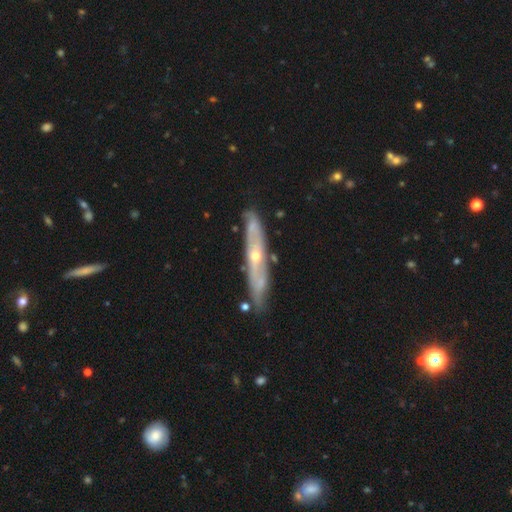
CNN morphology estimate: Smooth or featured: featured or disk — 75% (smooth — 19%)
Edge-on disk: yes — 62% (no — 38%)
Merging: none — 77% (minor disturbance — 16%)